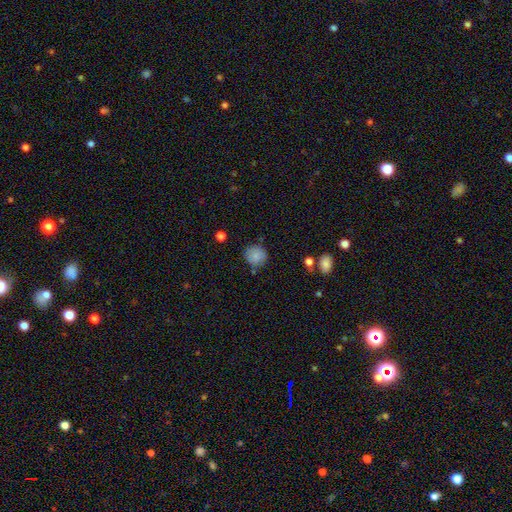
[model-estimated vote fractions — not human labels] This is clearly a smooth galaxy (84%). How rounded: clearly round (87%). Merging: likely none (76%).